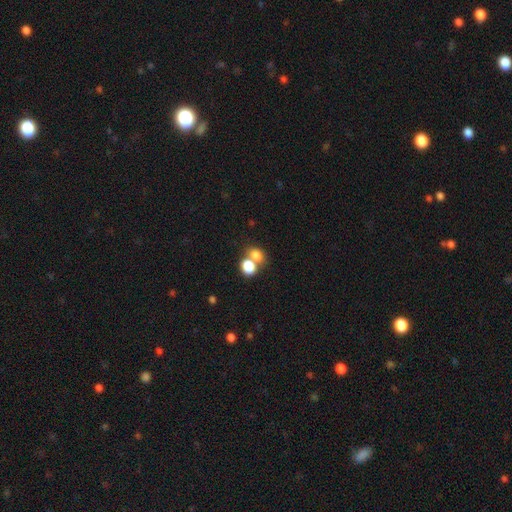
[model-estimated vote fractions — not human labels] Smooth or featured?
  - smooth: 78% *
  - star or artifact: 13%
  - featured or disk: 9%
How rounded?
  - in between: 55% *
  - round: 44%
  - cigar-shaped: 1%
Merging?
  - merger: 47% *
  - none: 41%
  - minor disturbance: 8%
  - major disturbance: 4%